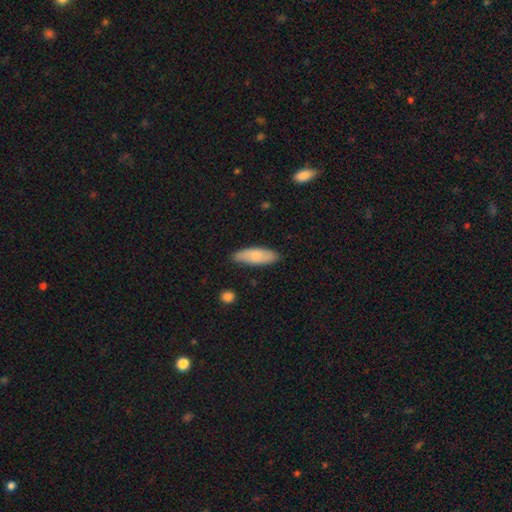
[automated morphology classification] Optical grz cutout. It shows a smooth galaxy with no disk features (79%) that is in between round and cigar-shaped (66%). Merging: none (84%).